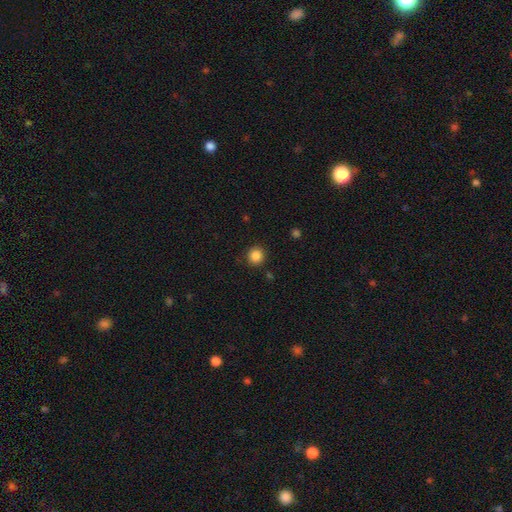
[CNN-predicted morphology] This is clearly a smooth galaxy (86%). How rounded: clearly round (93%). Merging: clearly none (89%).